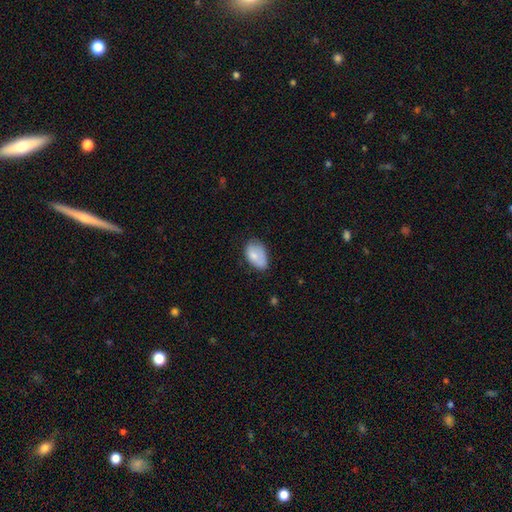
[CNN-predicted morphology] Smooth or featured?
  - smooth: 76% *
  - featured or disk: 17%
  - star or artifact: 7%
How rounded?
  - in between: 91% *
  - round: 8%
  - cigar-shaped: 1%
Merging?
  - none: 55% *
  - minor disturbance: 33%
  - major disturbance: 9%
  - merger: 3%